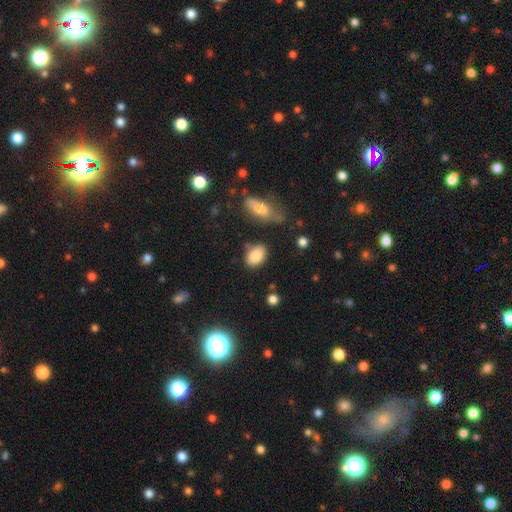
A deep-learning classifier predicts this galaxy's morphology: This appears to be a smooth galaxy with no disk features (86%) that is in between round and cigar-shaped (82%). Merging: none (73%).